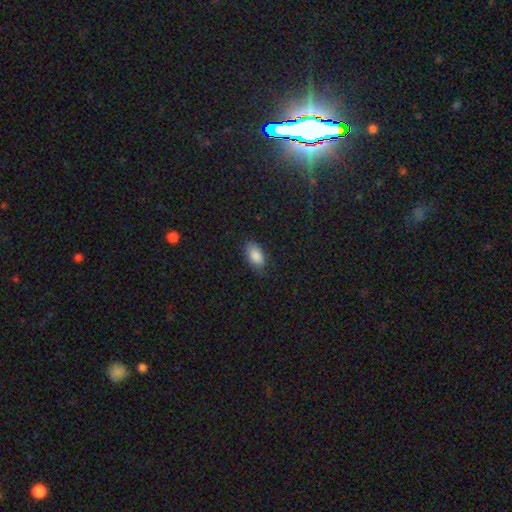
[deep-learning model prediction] A smooth galaxy with no disk features (87%) that is in between round and cigar-shaped (92%).

Vote fractions:
- Smooth or featured? smooth: 87% / star or artifact: 7% / featured or disk: 6%
- How rounded? in between: 92% / cigar-shaped: 4% / round: 3%
- Merging? none: 78% / minor disturbance: 17% / major disturbance: 4% / merger: 1%